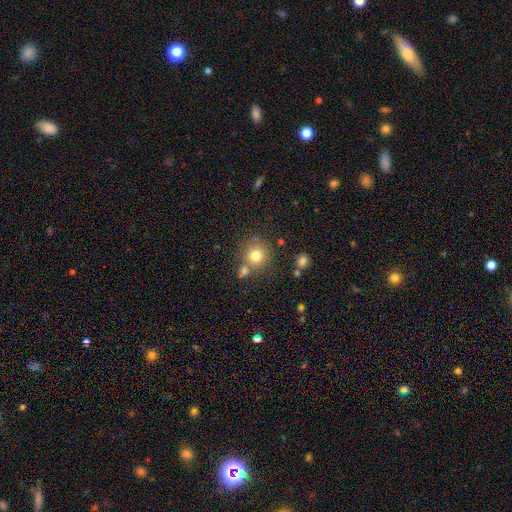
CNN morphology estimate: smooth-or-featured: smooth: 77% | star or artifact: 13% | featured or disk: 10%
  how-rounded: round: 92% | in between: 8% | cigar-shaped: 1%
  merging: none: 70% | merger: 16% | minor disturbance: 10% | major disturbance: 4%